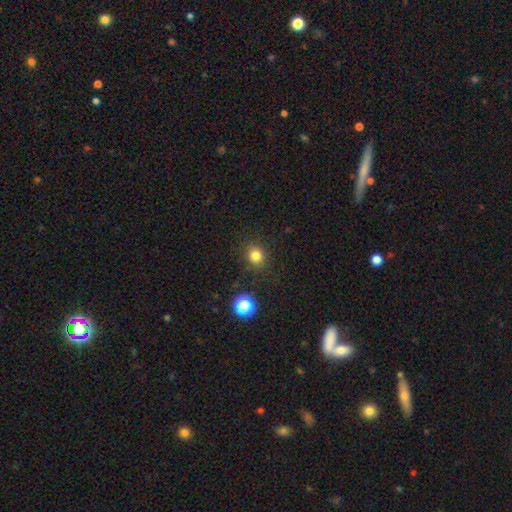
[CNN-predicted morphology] smooth_or_featured: smooth (p=0.80) [alt: star or artifact p=0.15]
how_rounded: round (p=0.74) [alt: in between p=0.25]
merging: none (p=0.86) [alt: minor disturbance p=0.09]